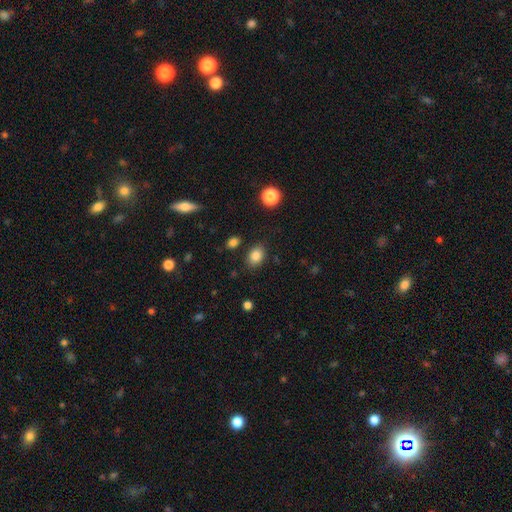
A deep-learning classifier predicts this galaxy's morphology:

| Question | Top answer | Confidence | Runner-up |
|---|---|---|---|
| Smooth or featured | smooth | 84% | star or artifact (10%) |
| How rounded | in between | 67% | round (32%) |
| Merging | none | 83% | minor disturbance (11%) |